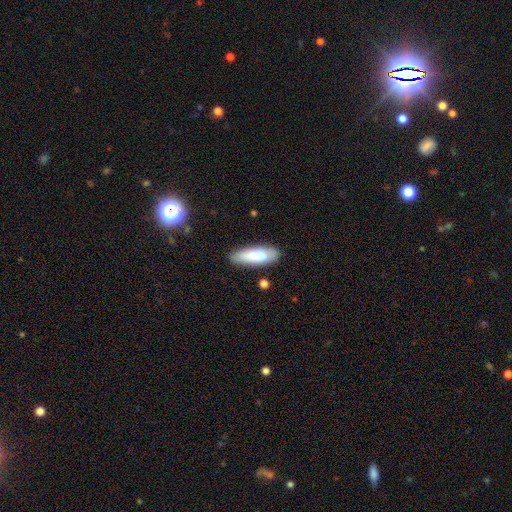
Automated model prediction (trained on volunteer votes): Smooth or featured: smooth — 80% (featured or disk — 13%)
How rounded: in between — 52% (cigar-shaped — 47%)
Merging: none — 78% (minor disturbance — 16%)